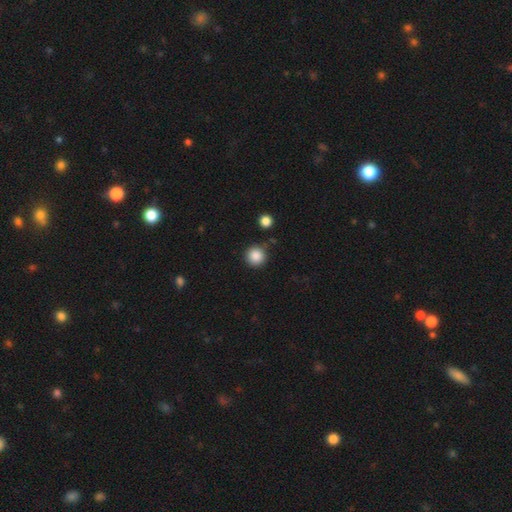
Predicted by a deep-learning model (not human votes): Morphology: type=smooth (87%); roundness=round (95%); merging=none (86%).